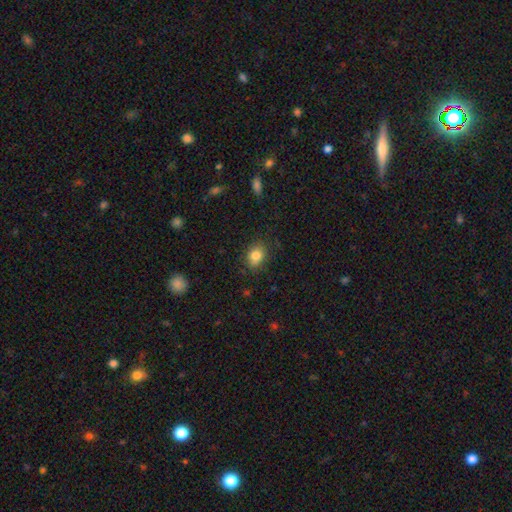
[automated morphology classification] Overall: smooth (82%). How rounded: in between (56%; round 43%). Merging: none (81%).